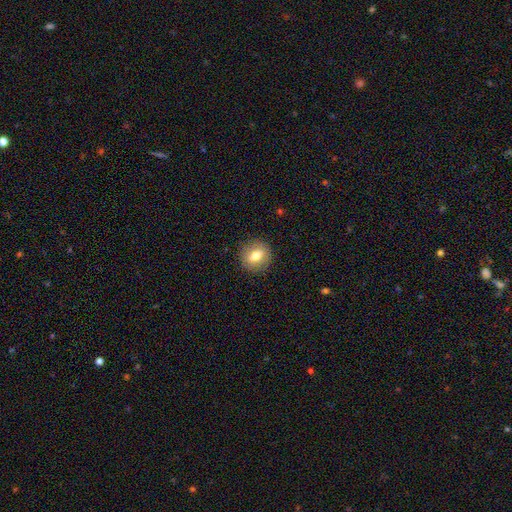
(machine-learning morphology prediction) The model was most divided on "smooth or featured": smooth: 73%, featured or disk: 18%, star or artifact: 9%. More confident: merging — none (89%); how rounded — round (81%).